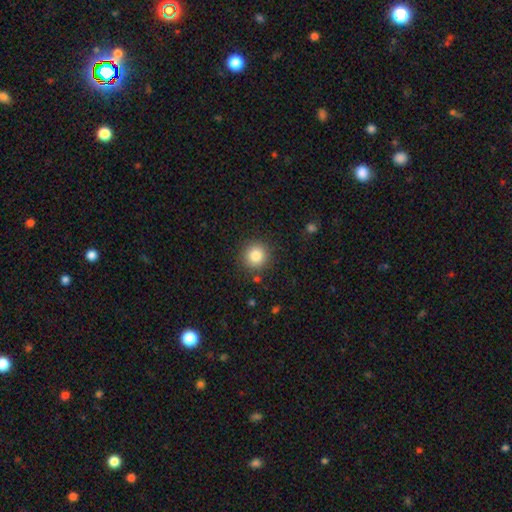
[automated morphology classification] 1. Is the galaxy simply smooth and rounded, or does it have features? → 83% smooth, 11% star or artifact, 6% featured or disk.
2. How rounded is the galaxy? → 93% round, 6% in between, 1% cigar-shaped.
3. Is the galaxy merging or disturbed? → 88% none, 7% minor disturbance, 3% major disturbance, 2% merger.